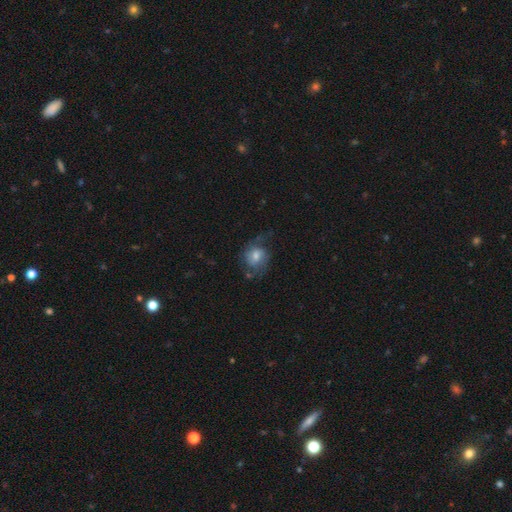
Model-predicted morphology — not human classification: Smooth or featured? Predicted: featured or disk (p=0.53). Edge-on disk? Predicted: no (p=0.96). Bar? Predicted: no (p=0.65). Spiral arms? Predicted: yes (p=0.82). Bulge size? Predicted: moderate (p=0.54). Merging? Predicted: none (p=0.54).